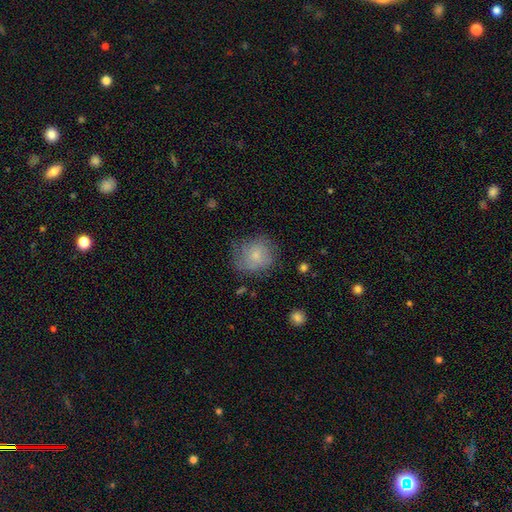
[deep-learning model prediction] smooth_or_featured: smooth (p=0.65) [alt: featured or disk p=0.27]
how_rounded: round (p=0.79) [alt: in between p=0.20]
merging: none (p=0.63) [alt: minor disturbance p=0.25]